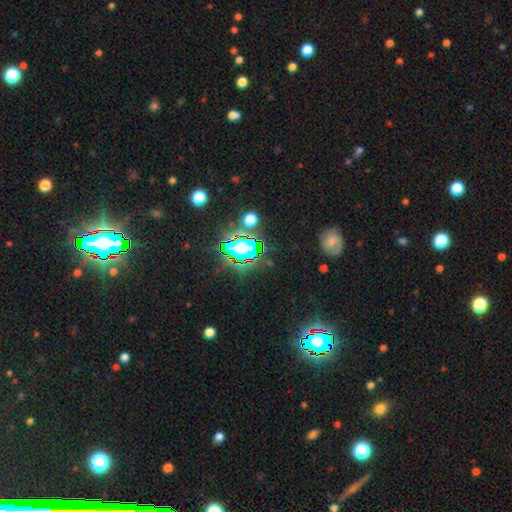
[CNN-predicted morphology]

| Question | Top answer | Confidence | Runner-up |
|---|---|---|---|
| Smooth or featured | star or artifact | 83% | smooth (10%) |